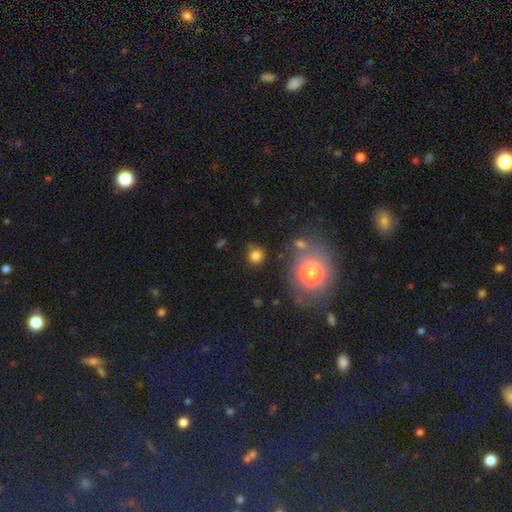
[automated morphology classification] smooth-or-featured: smooth: 77% | star or artifact: 17% | featured or disk: 6%
  how-rounded: round: 90% | in between: 9% | cigar-shaped: 1%
  merging: none: 79% | minor disturbance: 11% | merger: 5% | major disturbance: 5%